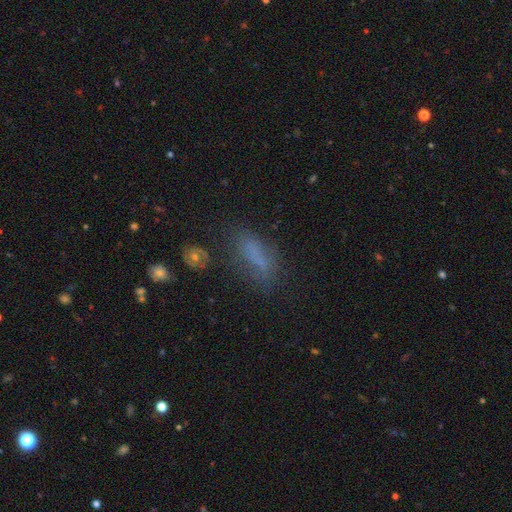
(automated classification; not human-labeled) Smooth or featured? smooth (64%)
How rounded? in between (56%)
Merging? none (58%)